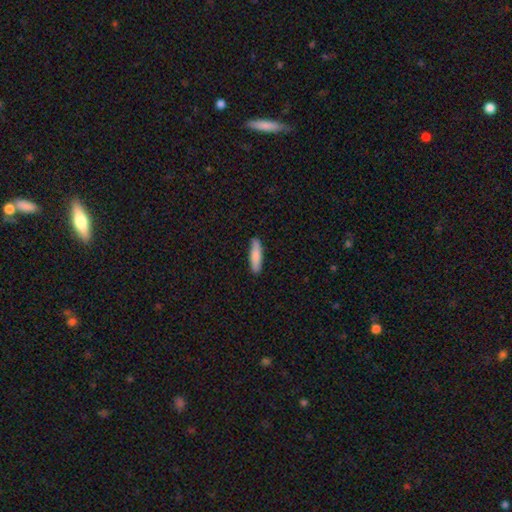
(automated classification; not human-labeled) Smooth or featured? smooth (82%)
How rounded? cigar-shaped (75%)
Merging? none (89%)